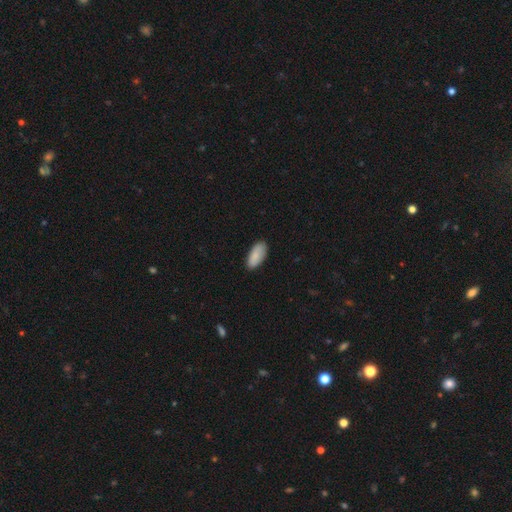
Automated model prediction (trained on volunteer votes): smooth_or_featured: smooth (p=0.87) [alt: featured or disk p=0.07]
how_rounded: in between (p=0.89) [alt: cigar-shaped p=0.09]
merging: none (p=0.84) [alt: minor disturbance p=0.12]